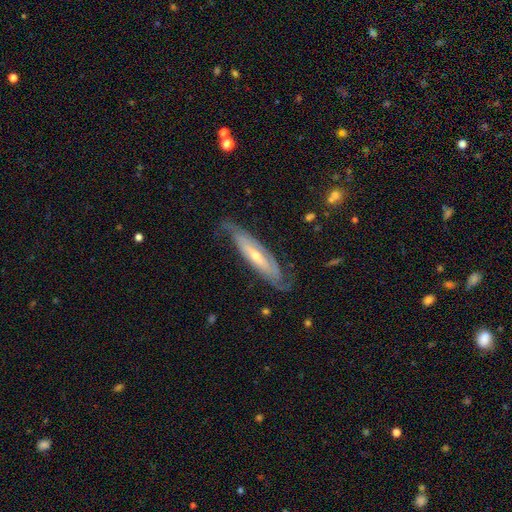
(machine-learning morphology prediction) Smooth or featured? Predicted: featured or disk (p=0.80). Edge-on disk? Predicted: no (p=0.70). Bar? Predicted: no (p=0.43). Spiral arms? Predicted: yes (p=0.91). Spiral winding? Predicted: tight (p=0.54). Spiral arm count? Predicted: 2 (p=0.58). Bulge size? Predicted: small (p=0.58). Merging? Predicted: none (p=0.71).